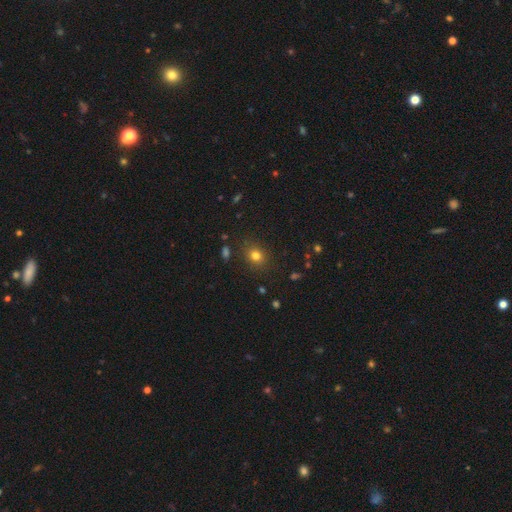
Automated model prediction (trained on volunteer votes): Overall: smooth (78%). How rounded: round (69%; in between 30%). Merging: none (86%).